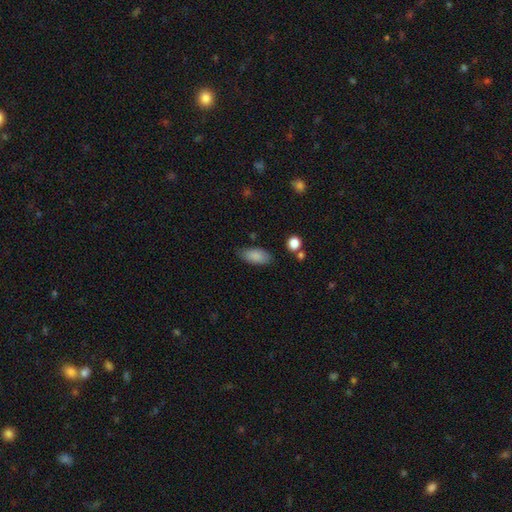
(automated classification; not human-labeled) smooth_or_featured: smooth (p=0.86) [alt: star or artifact p=0.07]
how_rounded: in between (p=0.88) [alt: cigar-shaped p=0.09]
merging: none (p=0.76) [alt: minor disturbance p=0.18]